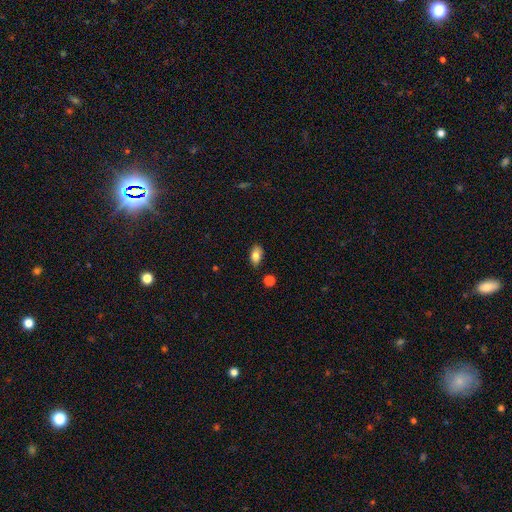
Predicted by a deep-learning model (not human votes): This appears to be a smooth galaxy with no disk features (81%) that is in between round and cigar-shaped (90%). Merging: none (82%).